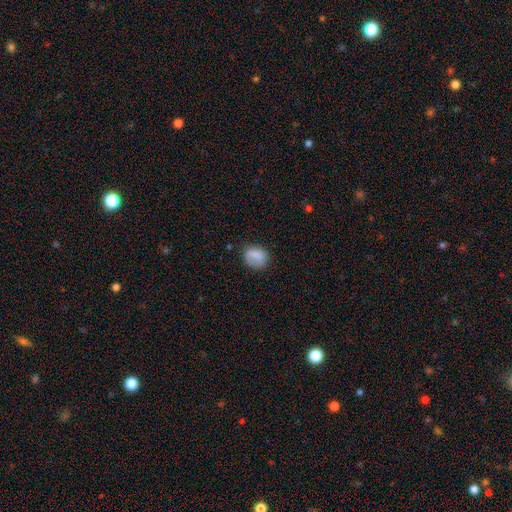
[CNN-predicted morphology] Q: Smooth or featured?
A: smooth (81%); runner-up: featured or disk (11%)
Q: How rounded?
A: round (60%); runner-up: in between (38%)
Q: Merging?
A: none (69%); runner-up: minor disturbance (21%)